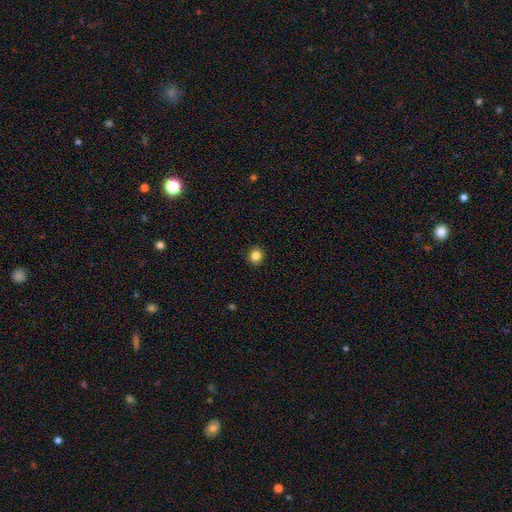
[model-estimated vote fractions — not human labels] A smooth galaxy with no disk features (84%) that is round (89%). Merging: none (92%).